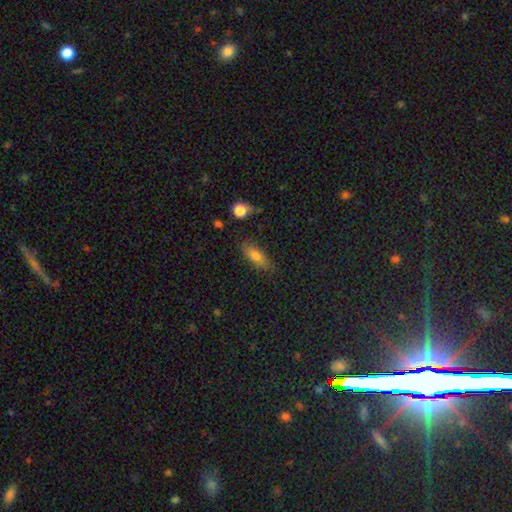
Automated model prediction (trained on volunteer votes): This is likely a smooth galaxy (74%). How rounded: likely in between (62%). Merging: likely none (79%).